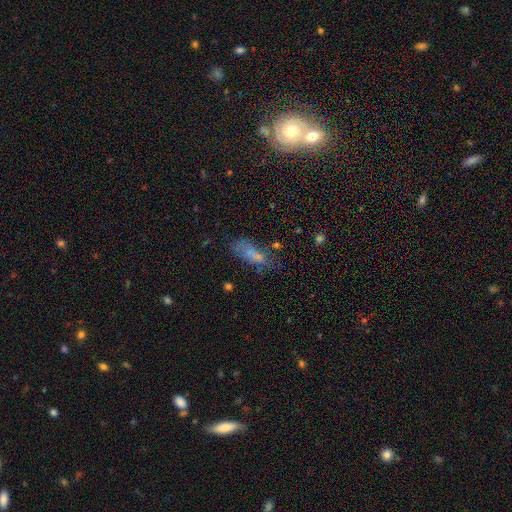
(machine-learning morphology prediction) Smooth or featured? smooth (54%)
How rounded? in between (59%)
Merging? none (51%)